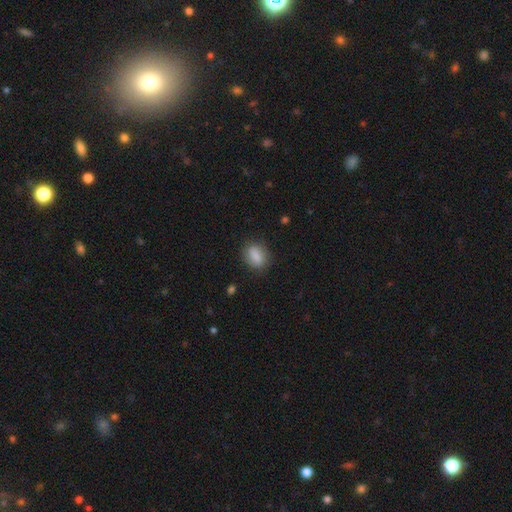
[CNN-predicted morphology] smooth_or_featured: smooth (p=0.85) [alt: star or artifact p=0.08]
how_rounded: in between (p=0.72) [alt: round p=0.25]
merging: none (p=0.81) [alt: minor disturbance p=0.14]